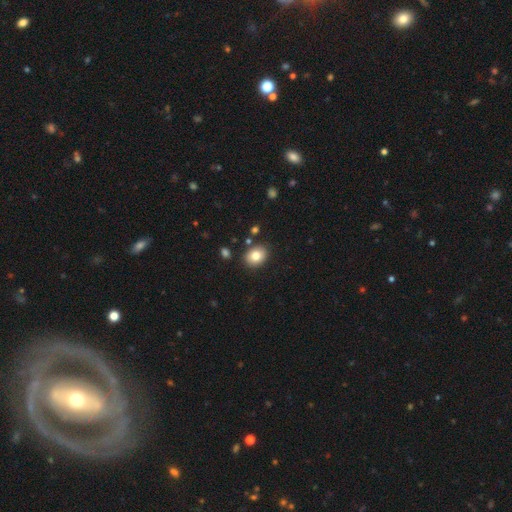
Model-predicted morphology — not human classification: Smooth or featured? Predicted: smooth (p=0.82). How rounded? Predicted: in between (p=0.57). Merging? Predicted: none (p=0.85).